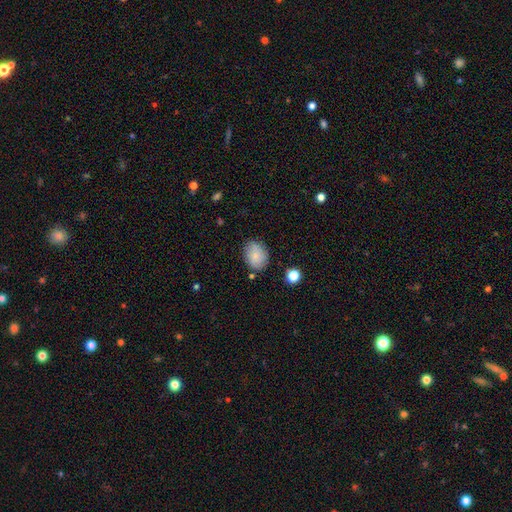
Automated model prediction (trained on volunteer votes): The model was most divided on "how rounded": in between: 66%, round: 33%, cigar-shaped: 1%. More confident: smooth or featured — smooth (79%); merging — none (76%).